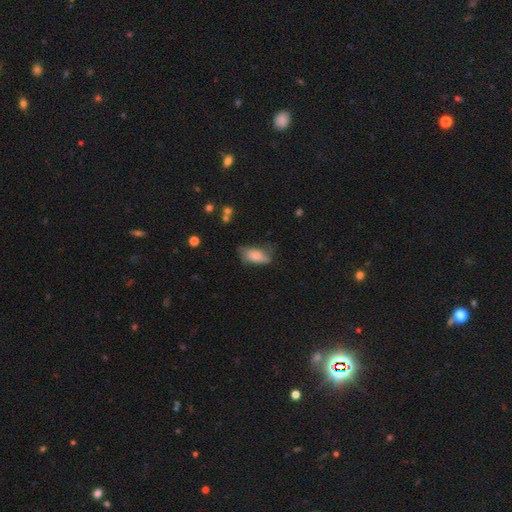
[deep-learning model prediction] smooth-or-featured: smooth: 75% | featured or disk: 17% | star or artifact: 8%
  how-rounded: in between: 89% | cigar-shaped: 8% | round: 4%
  merging: none: 42% | minor disturbance: 36% | major disturbance: 18% | merger: 4%